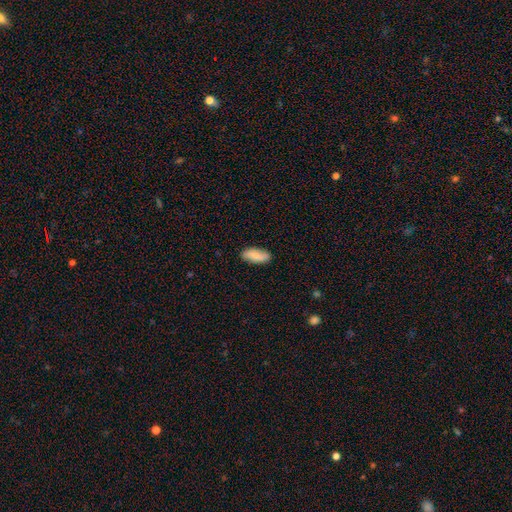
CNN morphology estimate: Overall: smooth (76%). How rounded: in between (82%). Merging: none (85%).